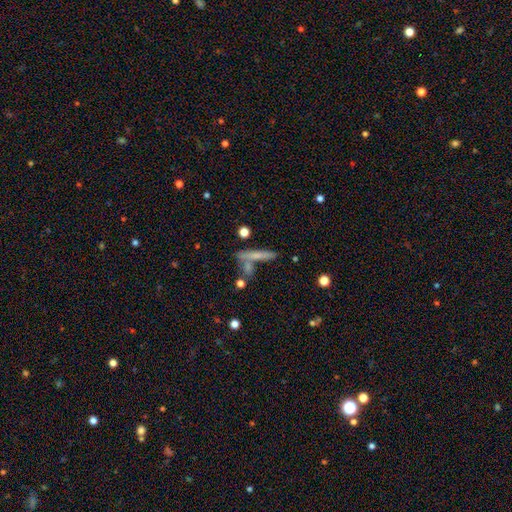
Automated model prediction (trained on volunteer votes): smooth_or_featured: smooth (p=0.60) [alt: featured or disk p=0.31]
how_rounded: cigar-shaped (p=0.88) [alt: in between p=0.08]
merging: none (p=0.63) [alt: merger p=0.18]